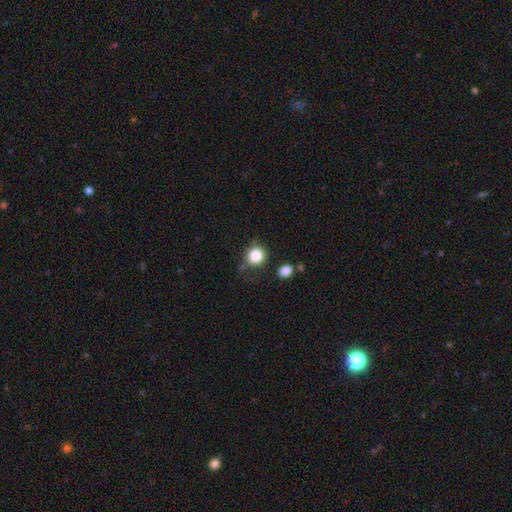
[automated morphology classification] Smooth or featured?
  - smooth: 85% *
  - star or artifact: 10%
  - featured or disk: 5%
How rounded?
  - round: 86% *
  - in between: 13%
  - cigar-shaped: 1%
Merging?
  - none: 76% *
  - minor disturbance: 14%
  - merger: 6%
  - major disturbance: 5%